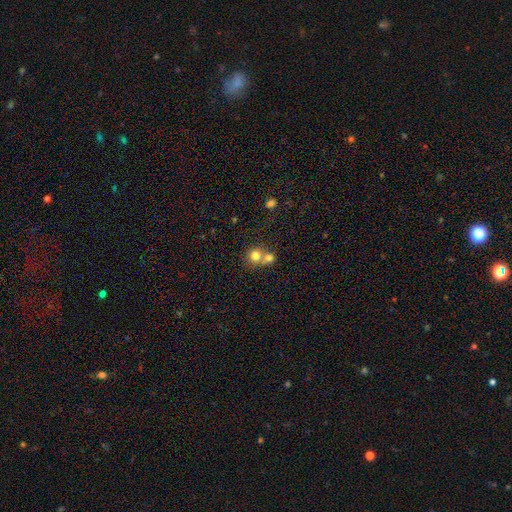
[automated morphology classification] This is likely a smooth galaxy (77%). How rounded: clearly round (85%). Merging: possibly merger (56%).